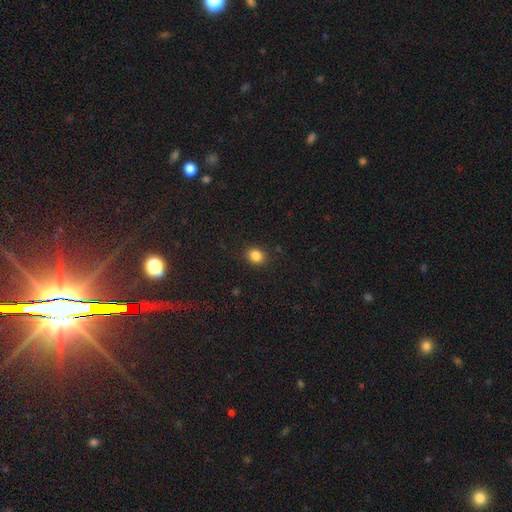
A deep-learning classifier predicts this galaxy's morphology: This appears to be a smooth galaxy with no disk features (85%) that is round (65%). Merging: none (89%).